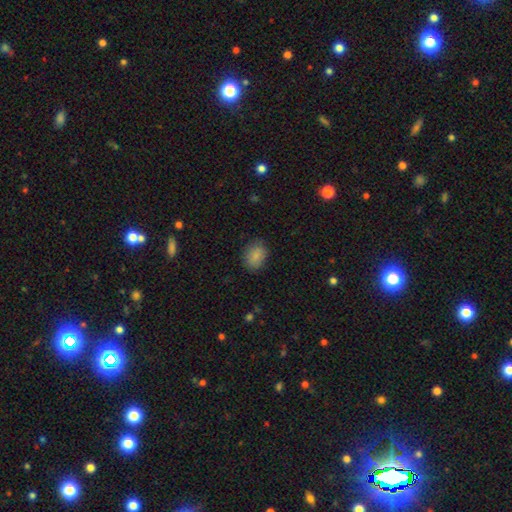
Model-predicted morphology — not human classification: smooth_or_featured: smooth (p=0.86) [alt: star or artifact p=0.09]
how_rounded: in between (p=0.67) [alt: round p=0.32]
merging: none (p=0.81) [alt: minor disturbance p=0.14]